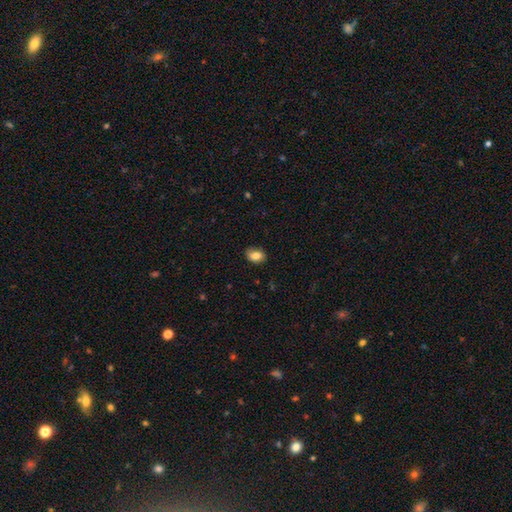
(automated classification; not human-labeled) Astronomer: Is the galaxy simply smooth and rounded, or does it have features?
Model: smooth — 83%.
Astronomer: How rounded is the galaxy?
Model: in between — 78%.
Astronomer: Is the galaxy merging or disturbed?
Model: none — 82%.